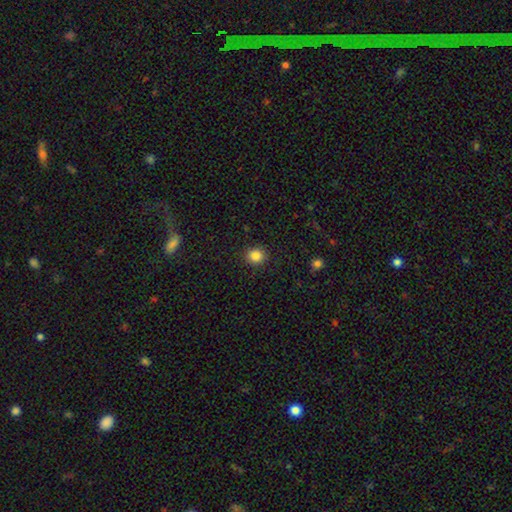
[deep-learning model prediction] A smooth galaxy with no disk features (85%) that is round (86%). Merging: none (91%).